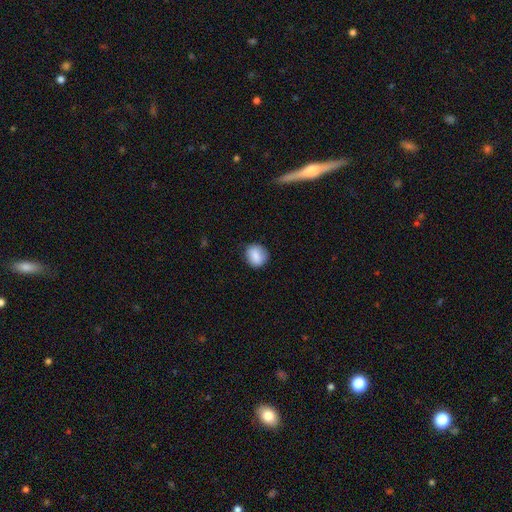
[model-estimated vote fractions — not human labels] smooth-or-featured: smooth: 84% | featured or disk: 8% | star or artifact: 8%
  how-rounded: round: 78% | in between: 21% | cigar-shaped: 1%
  merging: none: 83% | minor disturbance: 13% | major disturbance: 3% | merger: 1%